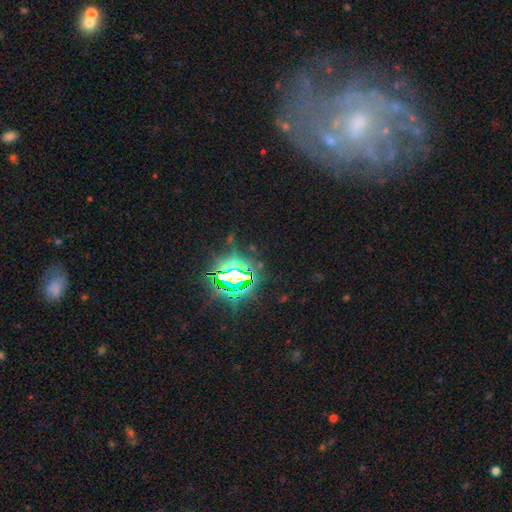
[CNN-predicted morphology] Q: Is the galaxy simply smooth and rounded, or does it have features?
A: featured or disk — 54%.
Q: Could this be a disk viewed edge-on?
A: no — 93%.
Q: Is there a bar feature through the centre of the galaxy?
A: no — 61%.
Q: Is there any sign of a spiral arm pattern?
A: yes — 80%.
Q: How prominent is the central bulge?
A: small — 64%.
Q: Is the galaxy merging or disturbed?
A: none — 75%.